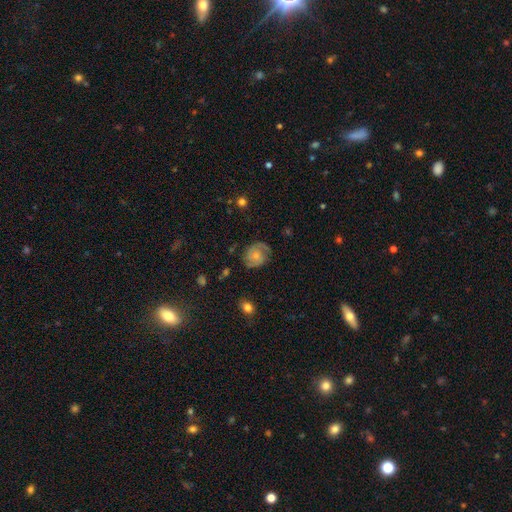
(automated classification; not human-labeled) This is likely a featured or disk galaxy (71%). It is clearly not viewed edge-on (97%). Bar: likely no (69%). Spiral arm pattern: clearly yes (92%). Spiral arm count: likely 2 (72%). Spiral winding: marginally medium (43%, tied with tight). Central bulge: possibly small (57%). Merging: likely none (73%).